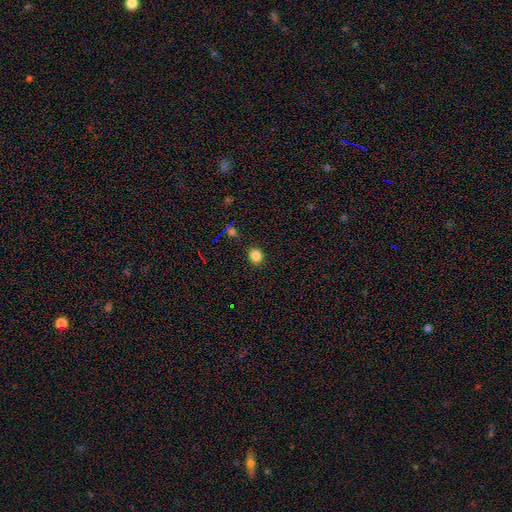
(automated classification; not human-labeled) Smooth or featured? smooth (82%)
How rounded? round (74%)
Merging? none (88%)